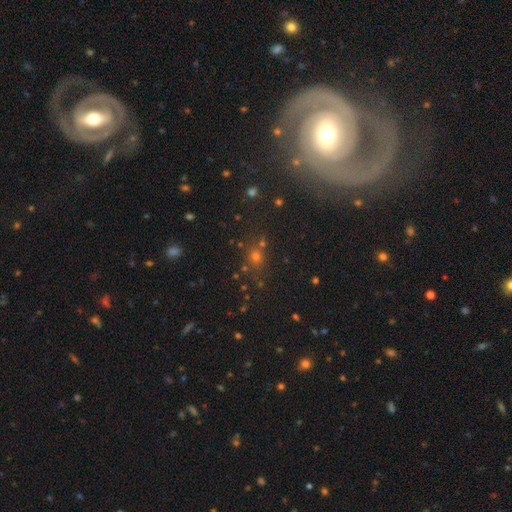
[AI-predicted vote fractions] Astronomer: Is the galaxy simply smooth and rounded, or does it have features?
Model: featured or disk — 66%.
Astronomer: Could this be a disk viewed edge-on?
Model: no — 94%.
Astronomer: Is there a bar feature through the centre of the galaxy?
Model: no — 56%.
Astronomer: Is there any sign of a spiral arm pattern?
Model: yes — 78%.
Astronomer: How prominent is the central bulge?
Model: moderate — 51% (runner-up: small, 35%).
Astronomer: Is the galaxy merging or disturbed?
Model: none — 64%.